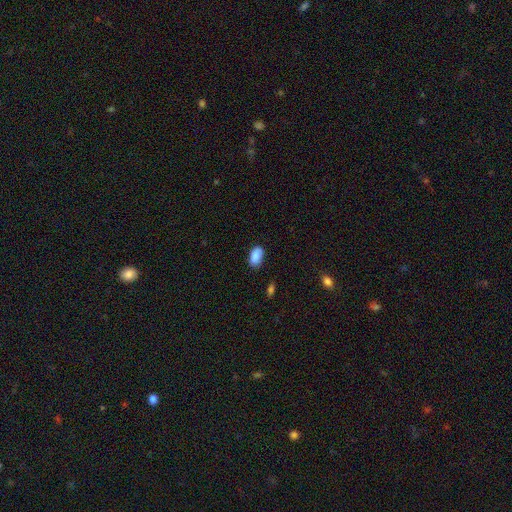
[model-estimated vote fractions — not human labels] smooth 88%, star or artifact 7%, featured or disk 4%. Down the decision tree: how rounded — in between (92%); merging — none (80%).